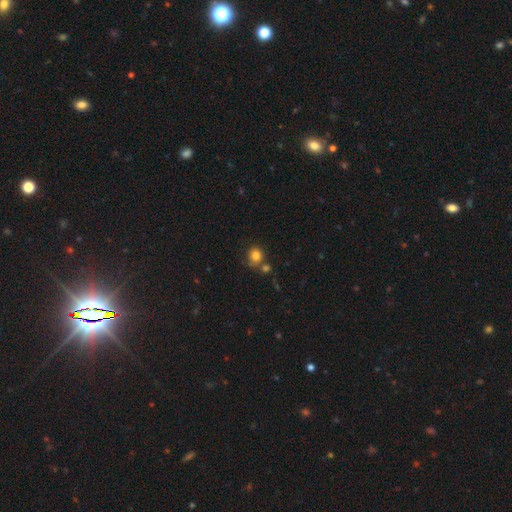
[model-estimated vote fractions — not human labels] Smooth or featured: smooth — 83% (star or artifact — 11%)
How rounded: round — 81% (in between — 18%)
Merging: none — 62% (merger — 19%)